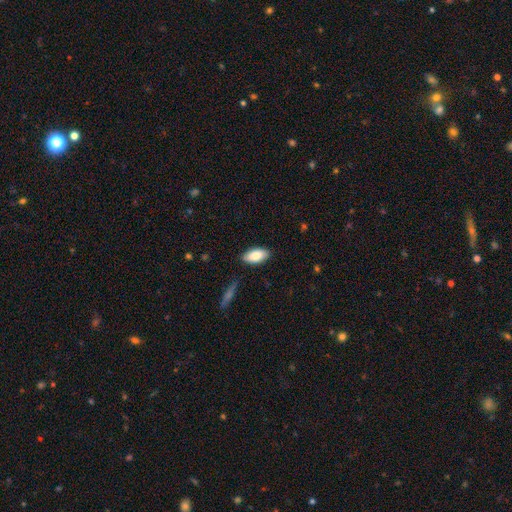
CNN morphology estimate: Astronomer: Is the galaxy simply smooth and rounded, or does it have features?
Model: smooth — 83%.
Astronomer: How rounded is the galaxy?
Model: in between — 93%.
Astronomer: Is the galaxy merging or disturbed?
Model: none — 87%.